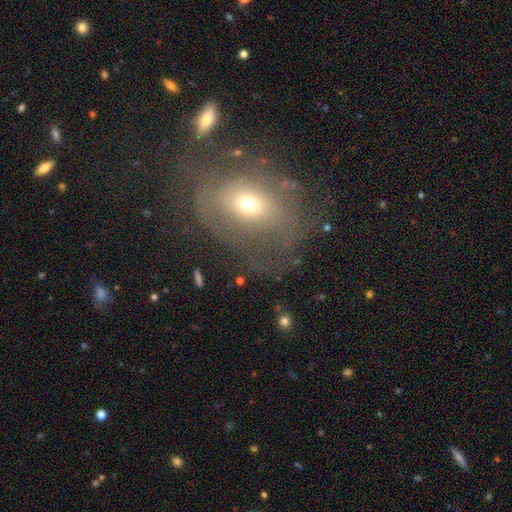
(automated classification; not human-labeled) A featured or disk galaxy (43%).

Vote fractions:
- Smooth or featured? featured or disk: 43% / smooth: 42% / star or artifact: 16%
- Merging? none: 53% / minor disturbance: 22% / major disturbance: 20% / merger: 5%